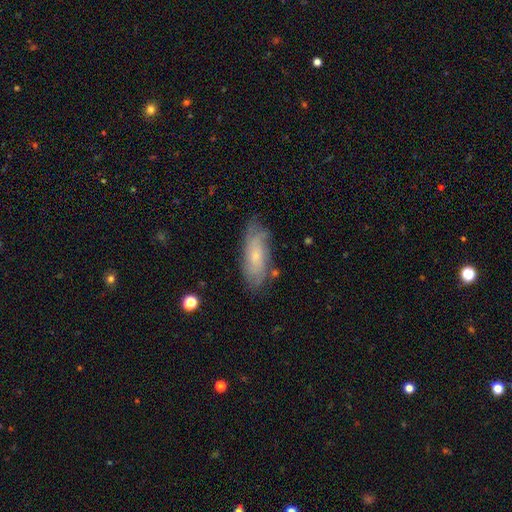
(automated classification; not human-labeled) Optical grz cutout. It shows a featured or disk galaxy (51%). Merging: none (73%).